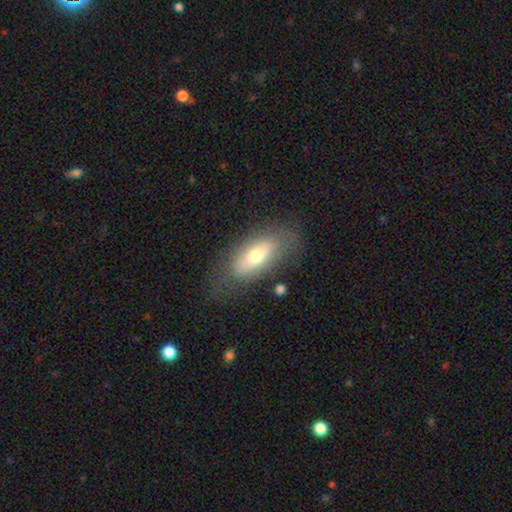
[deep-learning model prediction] A smooth galaxy with no disk features (62%) that is in between round and cigar-shaped (82%).

Vote fractions:
- Smooth or featured? smooth: 62% / featured or disk: 30% / star or artifact: 8%
- How rounded? in between: 82% / cigar-shaped: 14% / round: 4%
- Merging? none: 70% / minor disturbance: 19% / major disturbance: 9% / merger: 2%